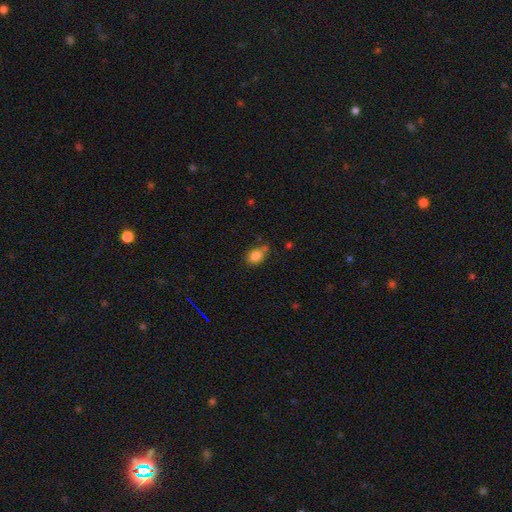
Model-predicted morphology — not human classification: A smooth galaxy with no disk features (84%) that is in between round and cigar-shaped (59%).

Vote fractions:
- Smooth or featured? smooth: 84% / star or artifact: 10% / featured or disk: 6%
- How rounded? in between: 59% / round: 39% / cigar-shaped: 1%
- Merging? none: 58% / minor disturbance: 26% / merger: 10% / major disturbance: 6%